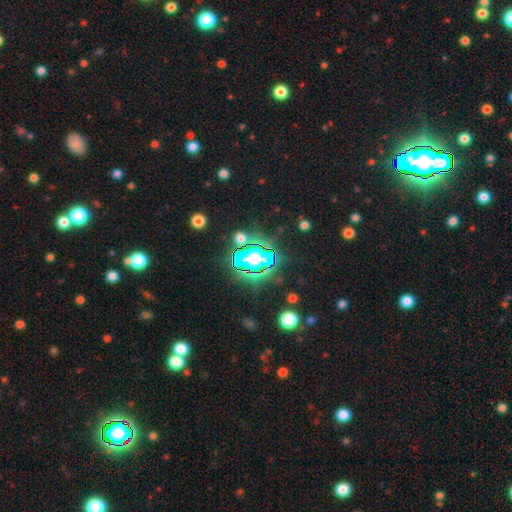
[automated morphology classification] smooth_or_featured: star or artifact (p=0.68) [alt: smooth p=0.20]